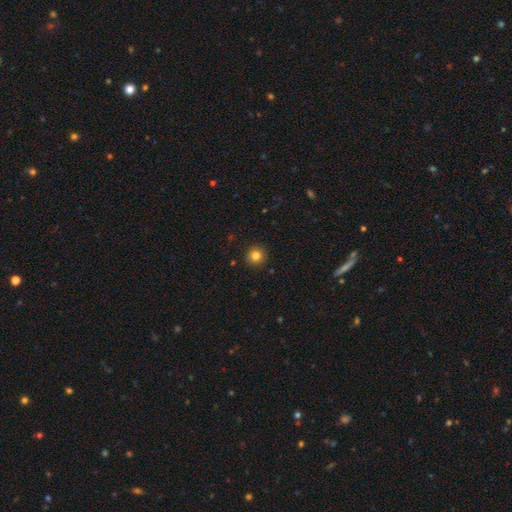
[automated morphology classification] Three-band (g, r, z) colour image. It shows a smooth galaxy with no disk features (82%) that is round (94%). Merging: none (92%).